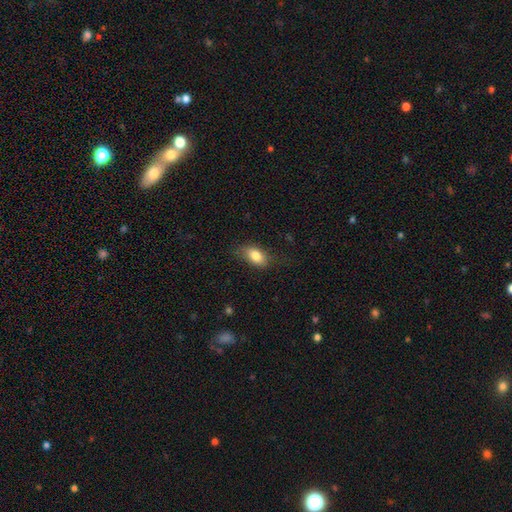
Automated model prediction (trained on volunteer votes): Q: Smooth or featured?
A: smooth (81%); runner-up: featured or disk (11%)
Q: How rounded?
A: in between (87%); runner-up: round (9%)
Q: Merging?
A: none (70%); runner-up: minor disturbance (22%)